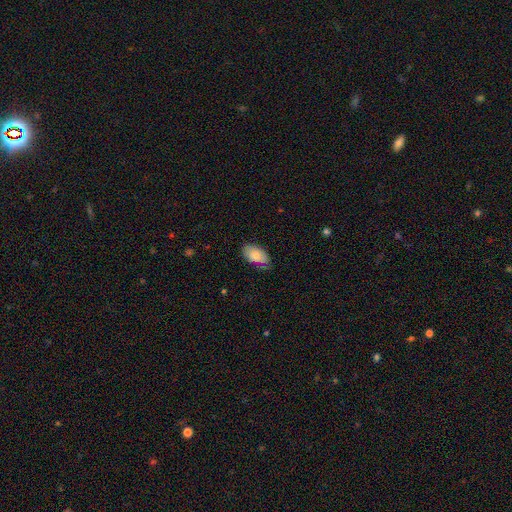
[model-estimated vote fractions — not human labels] The model was most divided on "merging": none: 64%, minor disturbance: 28%, major disturbance: 6%, merger: 2%. More confident: how rounded — in between (94%); smooth or featured — smooth (80%).